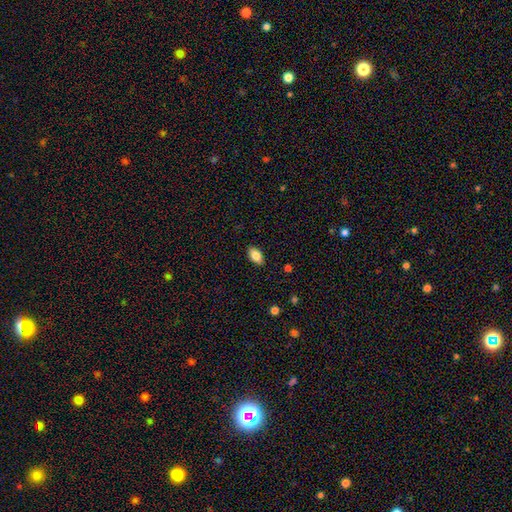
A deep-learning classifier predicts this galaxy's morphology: type=smooth (83%); roundness=in between (92%); merging=none (88%).